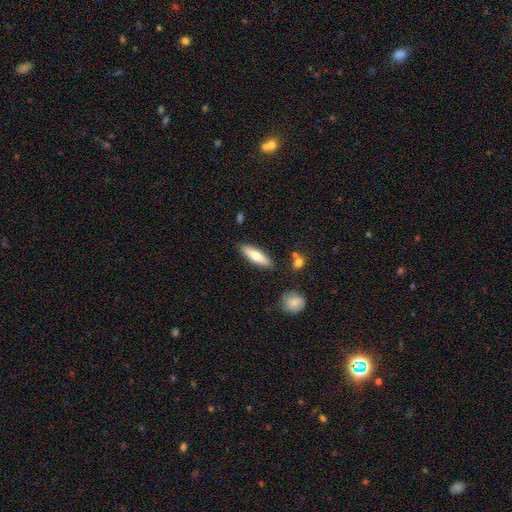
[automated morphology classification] Overall: smooth (67%). How rounded: cigar-shaped (62%; in between 36%). Merging: none (86%).